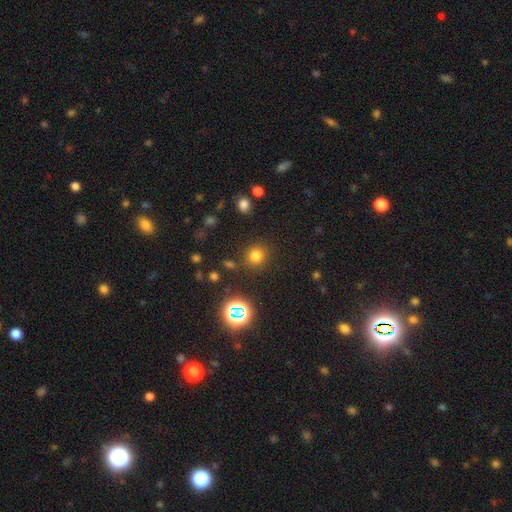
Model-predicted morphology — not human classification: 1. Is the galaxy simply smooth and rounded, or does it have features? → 74% smooth, 20% star or artifact, 6% featured or disk.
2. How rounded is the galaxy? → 89% round, 10% in between, 1% cigar-shaped.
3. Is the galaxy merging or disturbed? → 85% none, 8% minor disturbance, 4% major disturbance, 4% merger.